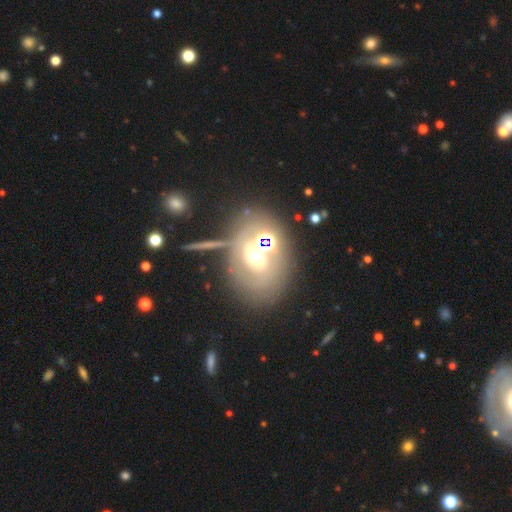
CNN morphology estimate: Smooth or featured? Predicted: smooth (p=0.42). Merging? Predicted: none (p=0.54).